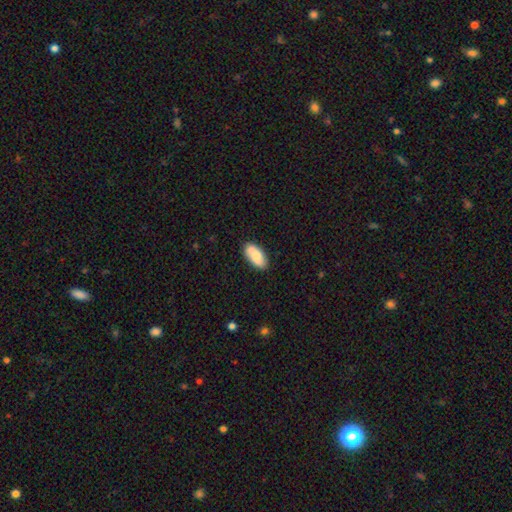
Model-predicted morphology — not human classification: The model was most divided on "smooth or featured": smooth: 70%, featured or disk: 24%, star or artifact: 6%. More confident: how rounded — in between (93%); merging — none (81%).